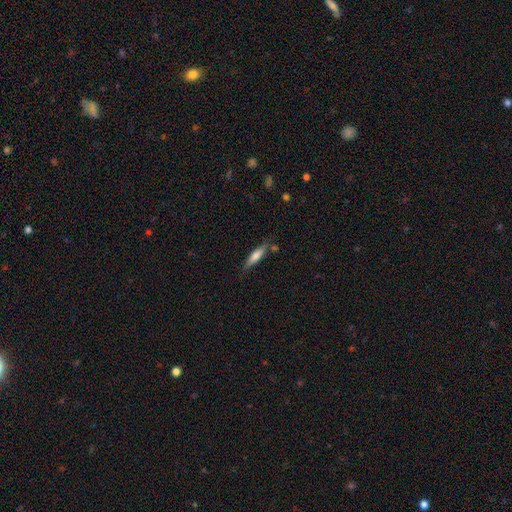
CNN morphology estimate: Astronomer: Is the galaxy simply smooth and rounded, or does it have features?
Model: smooth — 61%.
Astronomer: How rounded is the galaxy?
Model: cigar-shaped — 79%.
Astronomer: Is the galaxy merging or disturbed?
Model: none — 75%.